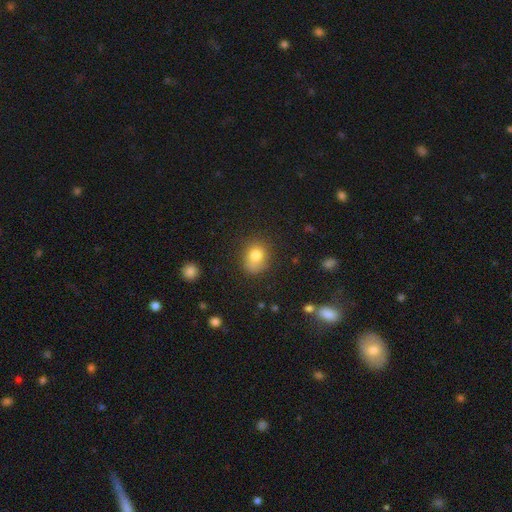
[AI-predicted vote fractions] Smooth or featured? Predicted: smooth (p=0.80). How rounded? Predicted: round (p=0.55). Merging? Predicted: none (p=0.65).